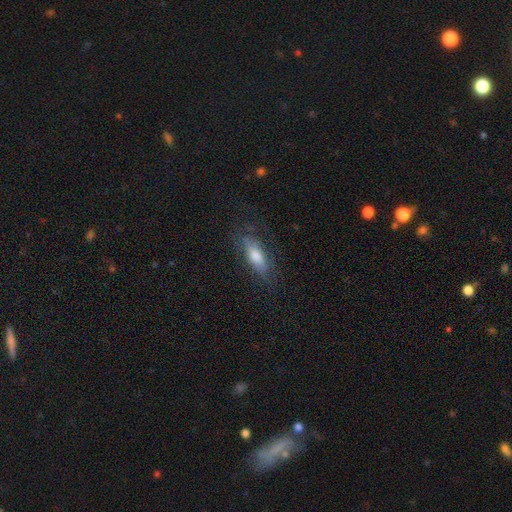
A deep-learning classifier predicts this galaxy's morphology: A smooth galaxy with no disk features (62%) that is in between round and cigar-shaped (55%).

Vote fractions:
- Smooth or featured? smooth: 62% / featured or disk: 30% / star or artifact: 8%
- How rounded? in between: 55% / cigar-shaped: 42% / round: 3%
- Merging? none: 73% / minor disturbance: 18% / major disturbance: 8% / merger: 1%